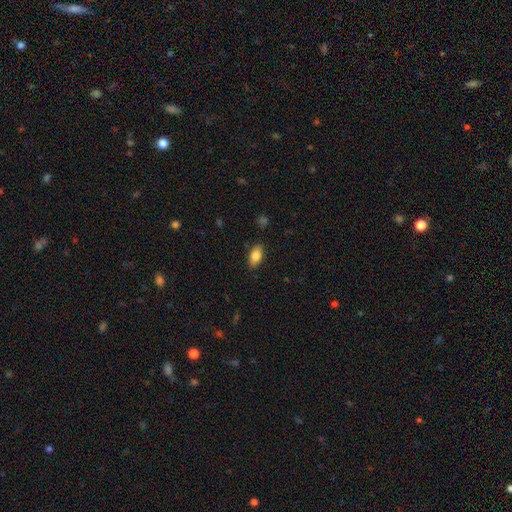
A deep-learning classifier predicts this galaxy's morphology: A smooth galaxy with no disk features (82%) that is in between round and cigar-shaped (90%). Merging: none (86%).